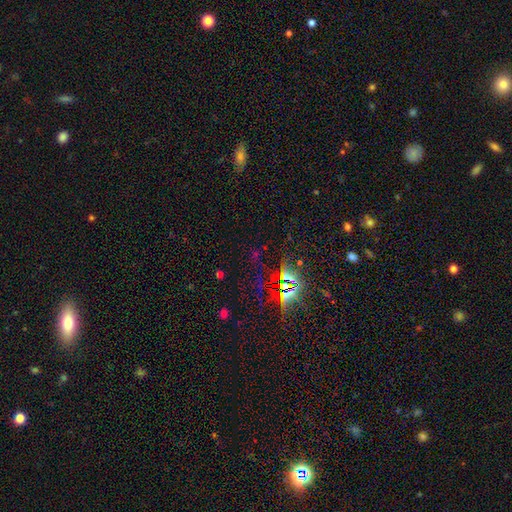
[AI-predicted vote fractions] star or artifact 79%, smooth 12%, featured or disk 9%.